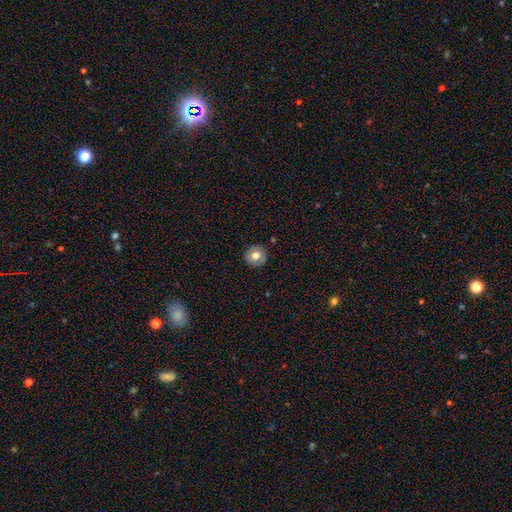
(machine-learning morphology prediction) The model was most divided on "smooth or featured": smooth: 70%, featured or disk: 21%, star or artifact: 9%. More confident: how rounded — round (94%); merging — none (90%).